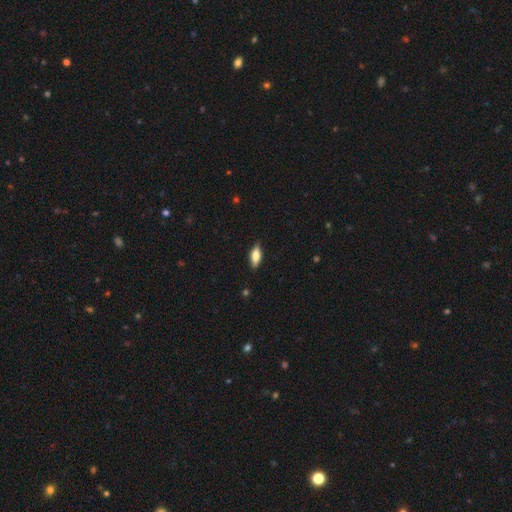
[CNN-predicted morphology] smooth-or-featured: smooth: 76% | featured or disk: 17% | star or artifact: 7%
  how-rounded: in between: 75% | cigar-shaped: 23% | round: 2%
  merging: none: 86% | minor disturbance: 11% | major disturbance: 2% | merger: 1%